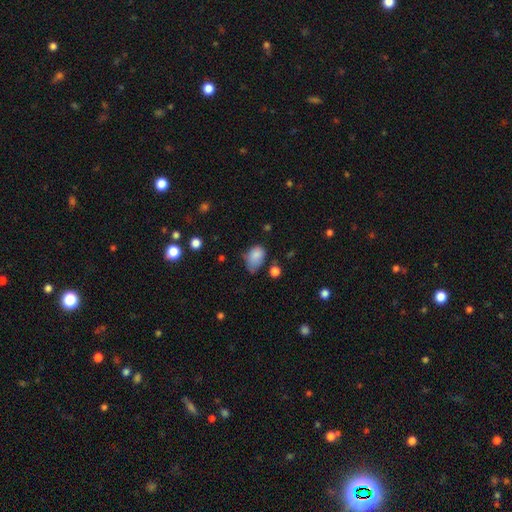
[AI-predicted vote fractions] Morphology: type=smooth (82%); roundness=in between (81%); merging=minor disturbance (44%).